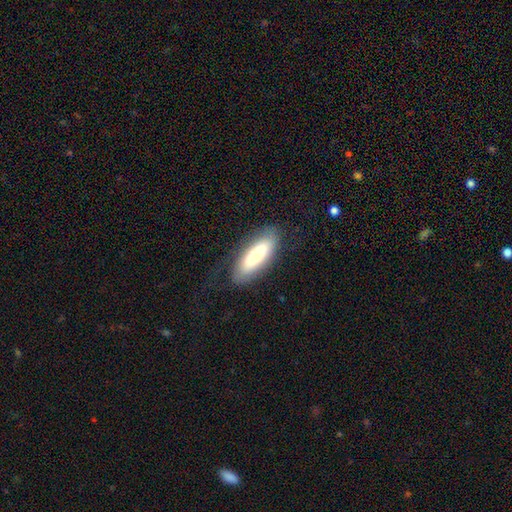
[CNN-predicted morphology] Overall: smooth (71%). How rounded: in between (53%; cigar-shaped 45%). Merging: none (79%).